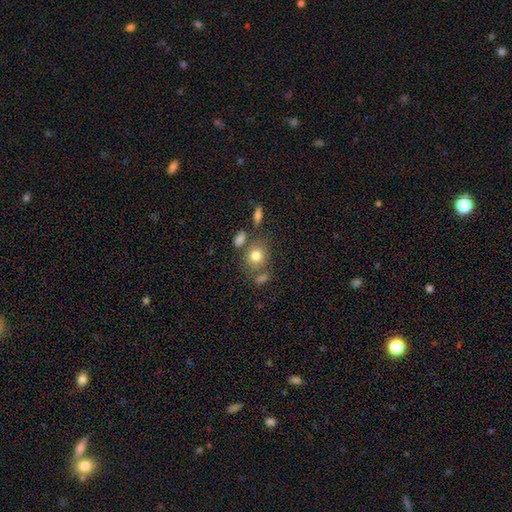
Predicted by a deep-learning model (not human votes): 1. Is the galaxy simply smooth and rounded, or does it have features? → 78% smooth, 11% featured or disk, 10% star or artifact.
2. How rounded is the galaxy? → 68% round, 31% in between, 1% cigar-shaped.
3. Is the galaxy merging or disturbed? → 63% none, 17% merger, 14% minor disturbance, 6% major disturbance.